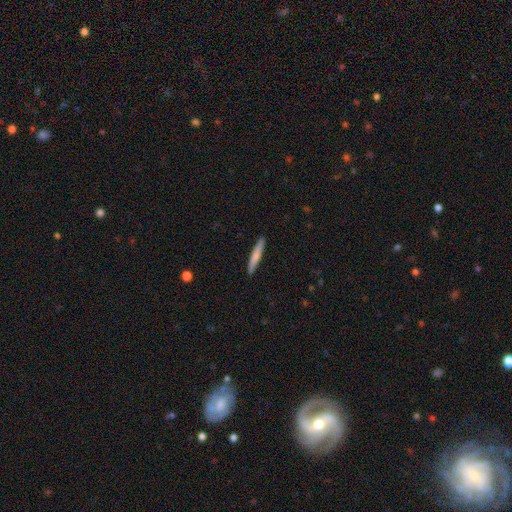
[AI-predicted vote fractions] This is likely a smooth galaxy (70%). How rounded: clearly cigar-shaped (95%). Merging: clearly none (91%).